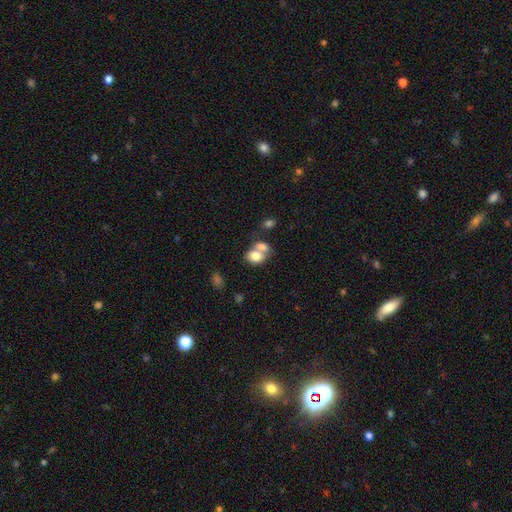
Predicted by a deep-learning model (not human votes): This is likely a smooth galaxy (76%). How rounded: likely in between (63%). Merging: possibly merger (59%).